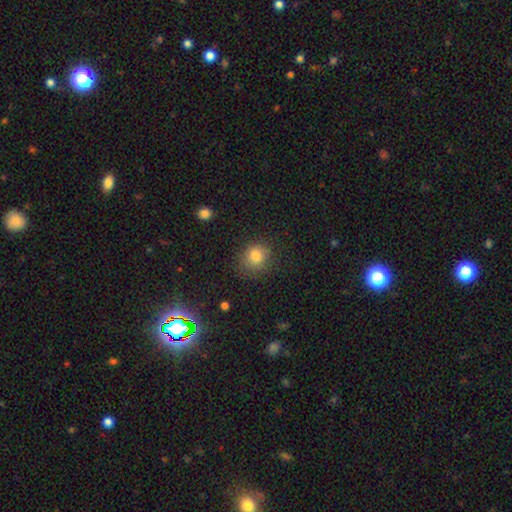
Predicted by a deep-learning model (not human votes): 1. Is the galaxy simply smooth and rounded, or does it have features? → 80% smooth, 12% star or artifact, 7% featured or disk.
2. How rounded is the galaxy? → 77% round, 22% in between, 1% cigar-shaped.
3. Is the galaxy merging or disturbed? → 76% none, 16% minor disturbance, 6% major disturbance, 2% merger.